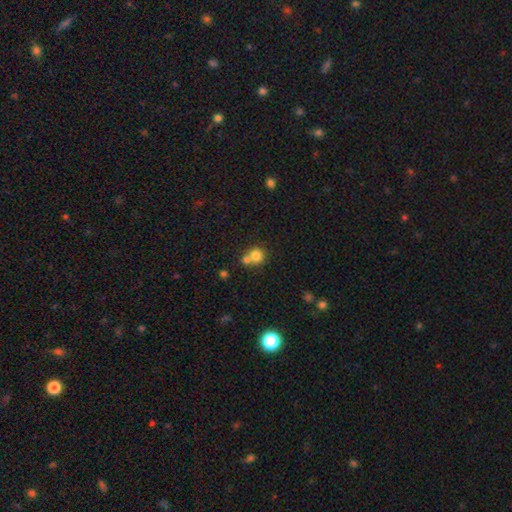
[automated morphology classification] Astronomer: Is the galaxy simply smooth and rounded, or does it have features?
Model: smooth — 78%.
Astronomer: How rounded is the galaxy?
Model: round — 85%.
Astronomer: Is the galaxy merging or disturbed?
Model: merger — 46% (runner-up: none, 43%).